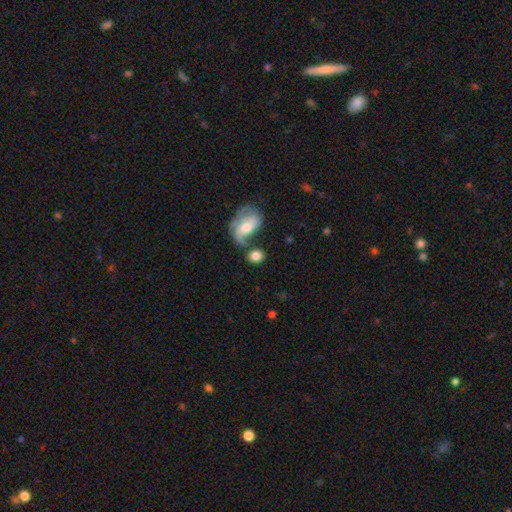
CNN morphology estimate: Smooth or featured: smooth — 72% (featured or disk — 20%)
How rounded: round — 57% (in between — 41%)
Merging: none — 44% (merger — 30%)